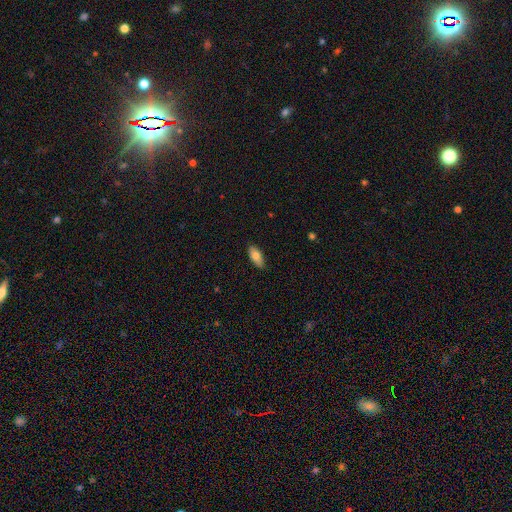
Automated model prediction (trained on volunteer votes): Smooth or featured? Predicted: smooth (p=0.80). How rounded? Predicted: in between (p=0.84). Merging? Predicted: none (p=0.87).